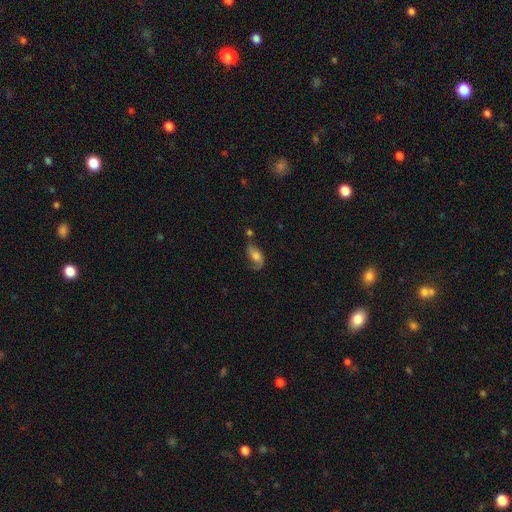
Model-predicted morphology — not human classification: smooth-or-featured: featured or disk: 48% | smooth: 43% | star or artifact: 9%
  merging: none: 44% | minor disturbance: 27% | major disturbance: 20% | merger: 8%